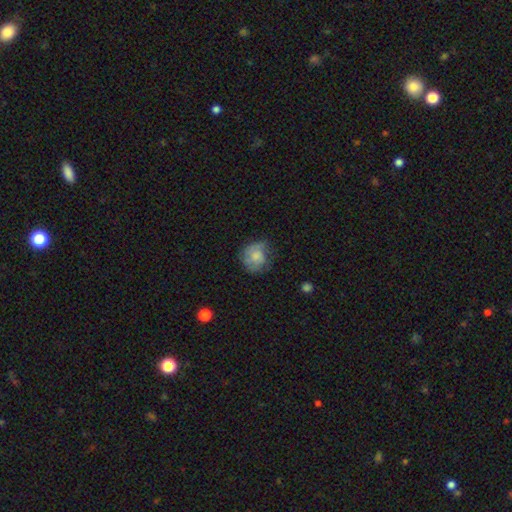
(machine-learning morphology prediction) A smooth galaxy with no disk features (64%) that is round (78%). Merging: none (54%).